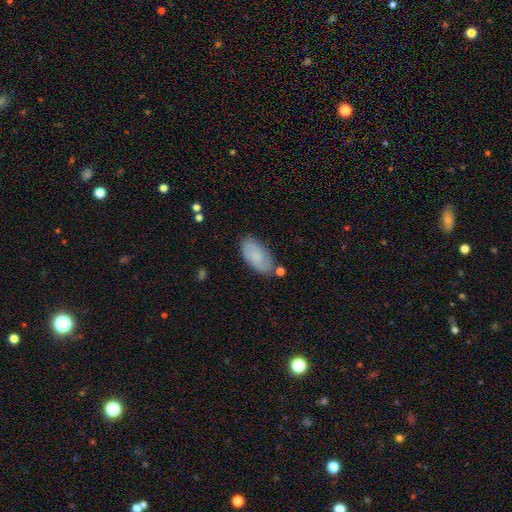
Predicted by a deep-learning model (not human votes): The model was most divided on "smooth or featured": smooth: 73%, featured or disk: 20%, star or artifact: 7%. More confident: how rounded — in between (94%); merging — none (74%).